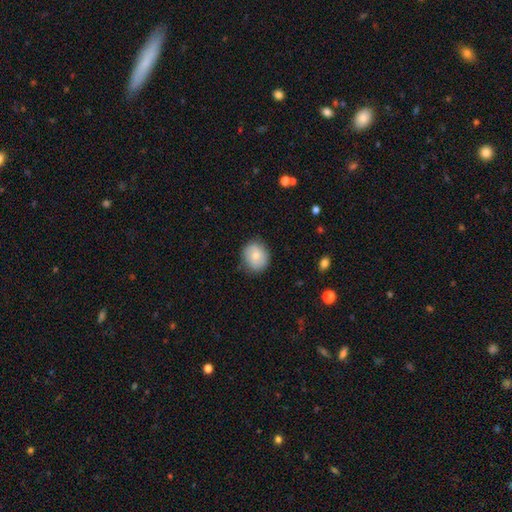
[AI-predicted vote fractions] This appears to be a smooth galaxy with no disk features (72%) that is round (74%). Merging: none (79%).